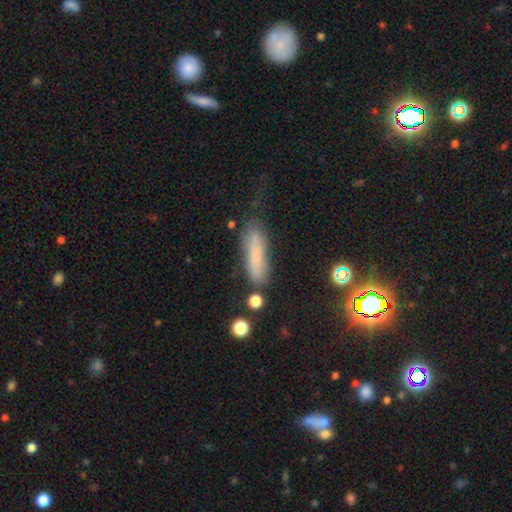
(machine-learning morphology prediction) Smooth or featured: smooth — 69% (featured or disk — 18%)
How rounded: cigar-shaped — 71% (in between — 27%)
Merging: none — 57% (minor disturbance — 26%)